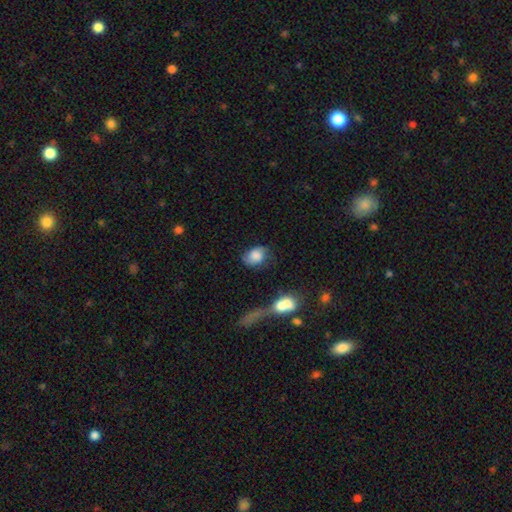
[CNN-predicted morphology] A smooth galaxy with no disk features (62%) that is in between round and cigar-shaped (64%).

Vote fractions:
- Smooth or featured? smooth: 62% / featured or disk: 29% / star or artifact: 9%
- How rounded? in between: 64% / round: 34% / cigar-shaped: 2%
- Merging? none: 53% / minor disturbance: 29% / major disturbance: 13% / merger: 6%